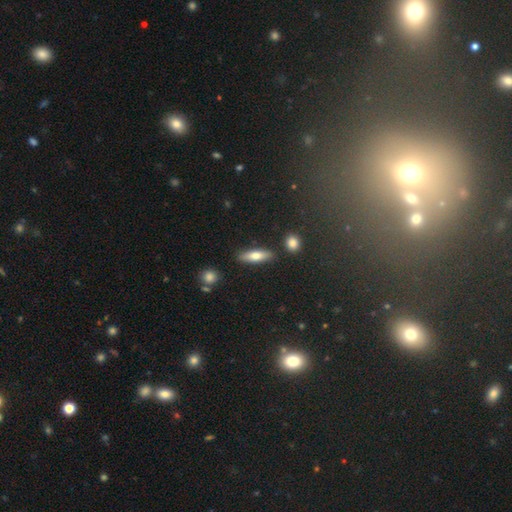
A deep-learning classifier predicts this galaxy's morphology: Smooth or featured?
  - smooth: 70% *
  - featured or disk: 23%
  - star or artifact: 6%
How rounded?
  - cigar-shaped: 52% *
  - in between: 45%
  - round: 3%
Merging?
  - none: 84% *
  - minor disturbance: 10%
  - merger: 4%
  - major disturbance: 2%